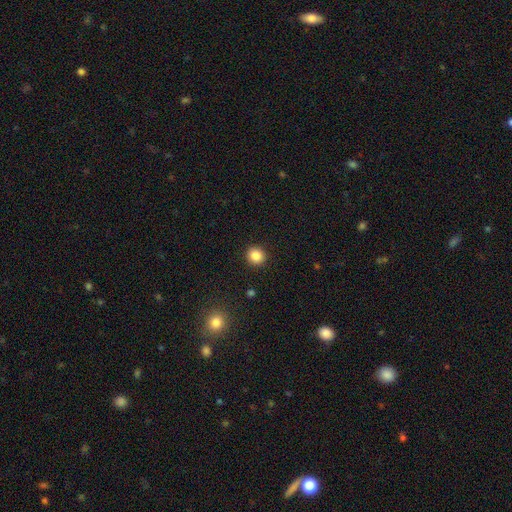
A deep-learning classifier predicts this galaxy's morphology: Overall: smooth (86%). How rounded: round (87%). Merging: none (91%).